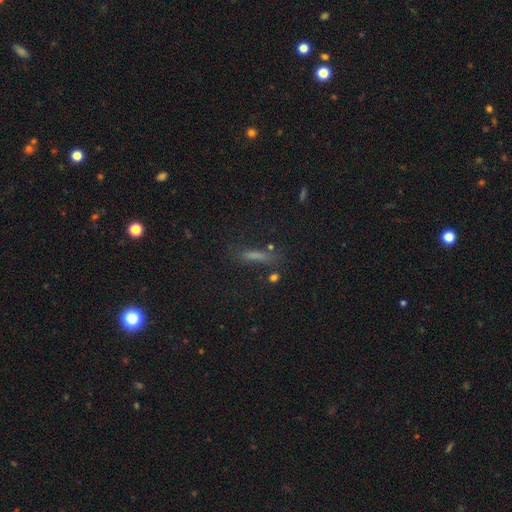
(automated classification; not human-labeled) Smooth or featured?
  - smooth: 60% *
  - star or artifact: 21%
  - featured or disk: 19%
How rounded?
  - cigar-shaped: 81% *
  - in between: 15%
  - round: 4%
Merging?
  - none: 68% *
  - minor disturbance: 17%
  - major disturbance: 10%
  - merger: 5%